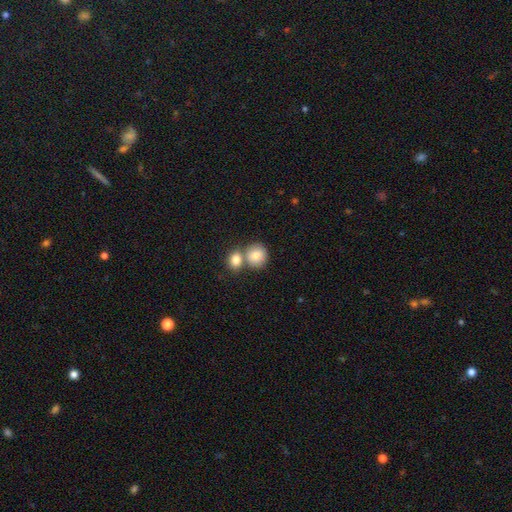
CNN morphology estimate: A smooth galaxy with no disk features (82%) that is round (81%). Merging: none (47%).